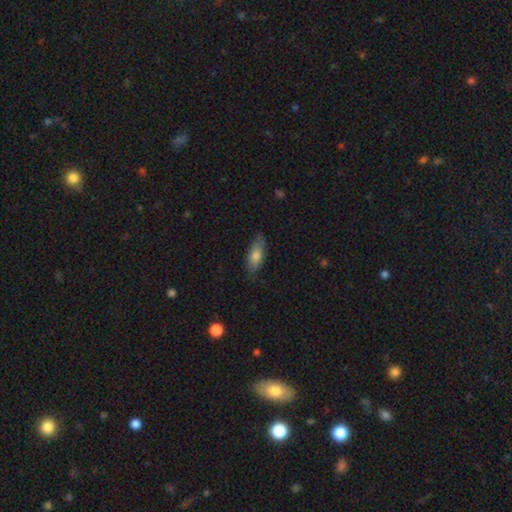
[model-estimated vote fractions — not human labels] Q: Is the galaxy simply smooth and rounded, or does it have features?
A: smooth — 75%.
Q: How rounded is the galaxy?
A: in between — 69%.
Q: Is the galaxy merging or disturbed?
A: none — 75%.